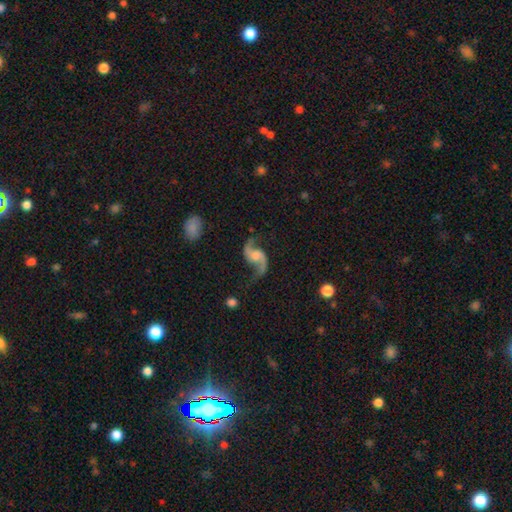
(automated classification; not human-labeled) Morphology: type=featured or disk (91%); edge-on=no (98%); bar=no (55%); spiral arms=yes (97%); winding=loose (82%); arm count=2 (94%); bulge=none (34%); merging=none (75%).